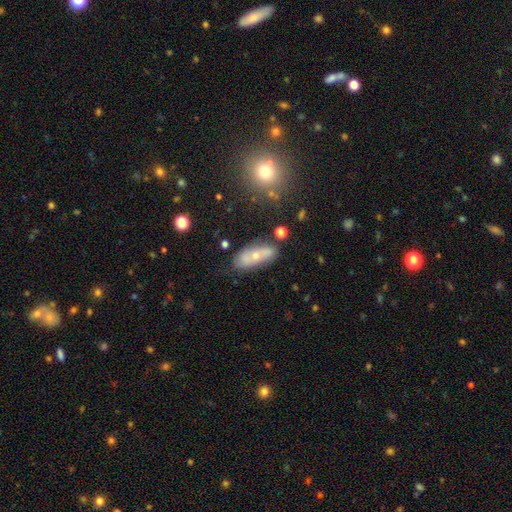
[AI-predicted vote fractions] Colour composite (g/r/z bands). It shows a smooth galaxy with no disk features (46%). Merging: none (64%).